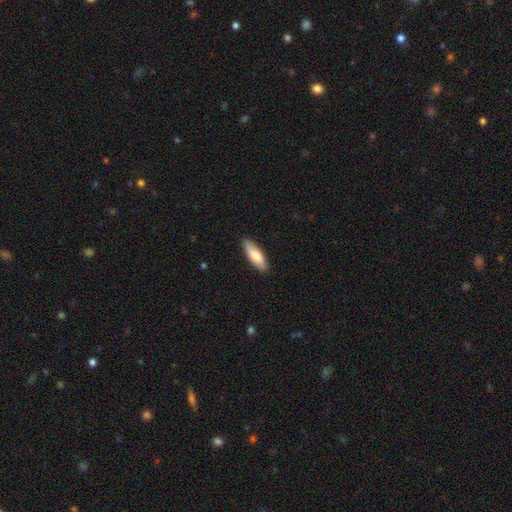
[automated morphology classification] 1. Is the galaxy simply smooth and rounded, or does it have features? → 79% smooth, 16% featured or disk, 5% star or artifact.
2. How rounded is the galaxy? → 53% in between, 45% cigar-shaped, 2% round.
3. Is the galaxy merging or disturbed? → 86% none, 11% minor disturbance, 2% major disturbance, 1% merger.